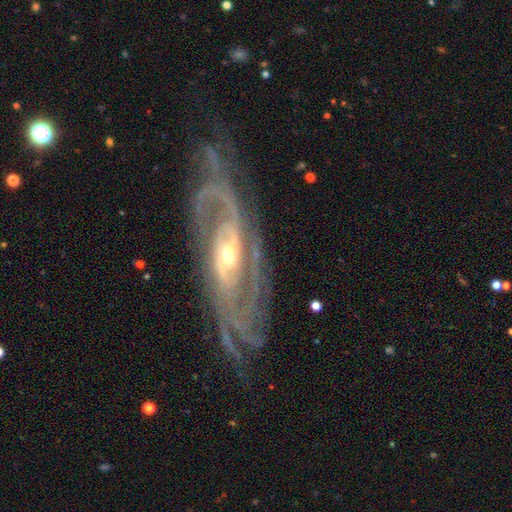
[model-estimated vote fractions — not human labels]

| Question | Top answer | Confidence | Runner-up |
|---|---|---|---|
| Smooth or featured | featured or disk | 91% | star or artifact (5%) |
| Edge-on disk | no | 89% | yes (11%) |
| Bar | weak | 37% | no (34%) |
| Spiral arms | yes | 98% | no (2%) |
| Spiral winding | tight | 54% | medium (37%) |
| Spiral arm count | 2 | 42% | can't tell (20%) |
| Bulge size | small | 54% | moderate (42%) |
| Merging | none | 76% | minor disturbance (16%) |